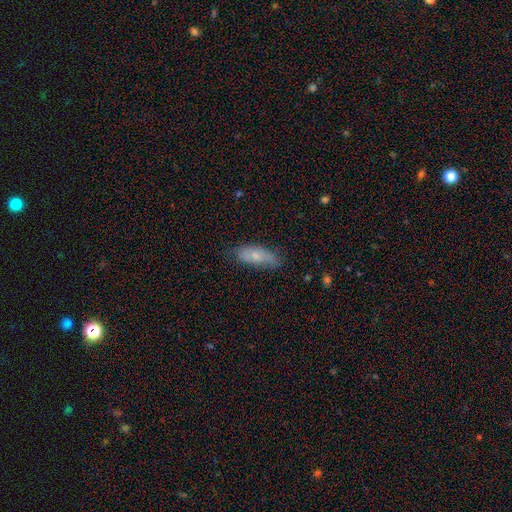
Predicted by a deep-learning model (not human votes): Smooth or featured? Predicted: smooth (p=0.65). How rounded? Predicted: in between (p=0.78). Merging? Predicted: none (p=0.60).